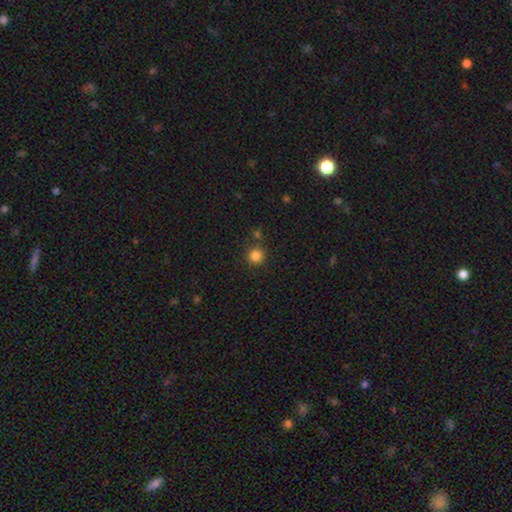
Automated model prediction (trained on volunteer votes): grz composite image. It shows a smooth galaxy with no disk features (83%) that is round (94%). Merging: none (85%).